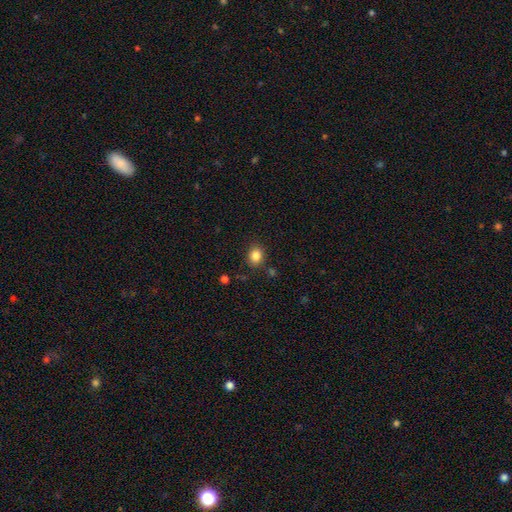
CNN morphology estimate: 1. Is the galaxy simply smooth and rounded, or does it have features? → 85% smooth, 10% star or artifact, 5% featured or disk.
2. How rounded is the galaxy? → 54% round, 45% in between, 1% cigar-shaped.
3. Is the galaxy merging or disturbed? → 84% none, 10% minor disturbance, 3% major disturbance, 3% merger.